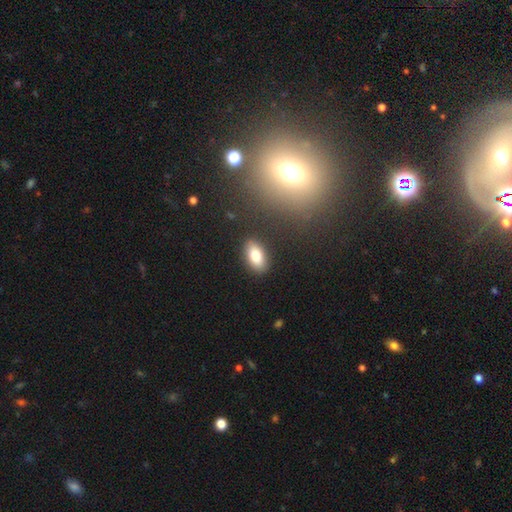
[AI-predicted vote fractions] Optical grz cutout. It shows a smooth galaxy with no disk features (80%) that is in between round and cigar-shaped (91%). Merging: none (88%).